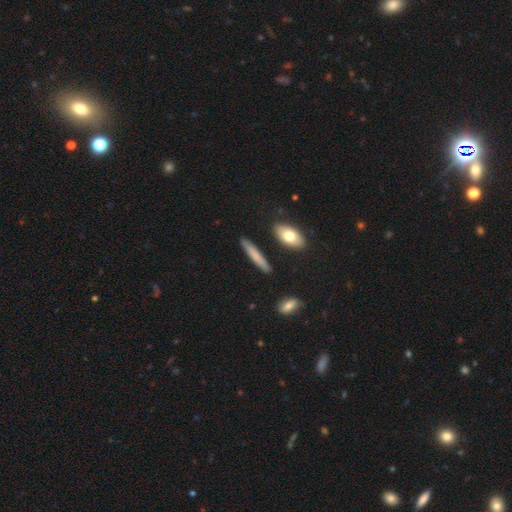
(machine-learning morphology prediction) This appears to be a smooth galaxy with no disk features (68%) that is cigar-shaped (88%). Merging: none (87%).